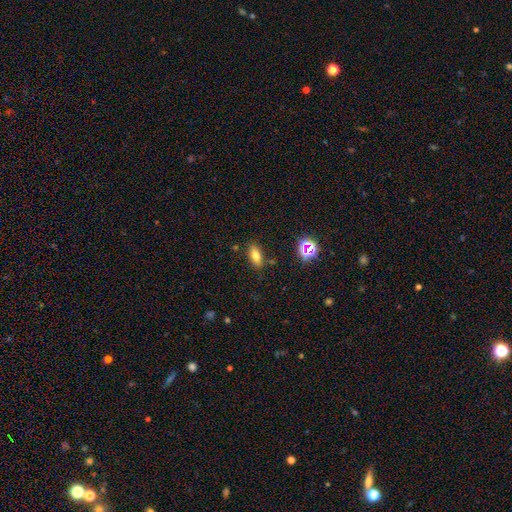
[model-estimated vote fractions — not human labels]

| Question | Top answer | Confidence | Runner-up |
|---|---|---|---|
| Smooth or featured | smooth | 71% | featured or disk (15%) |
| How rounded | in between | 77% | cigar-shaped (17%) |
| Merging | none | 83% | minor disturbance (10%) |